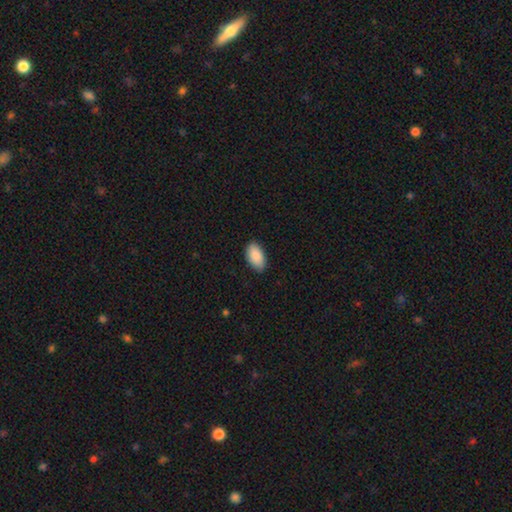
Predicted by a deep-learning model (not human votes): smooth 90%, star or artifact 6%, featured or disk 4%. Down the decision tree: how rounded — in between (95%); merging — none (87%).